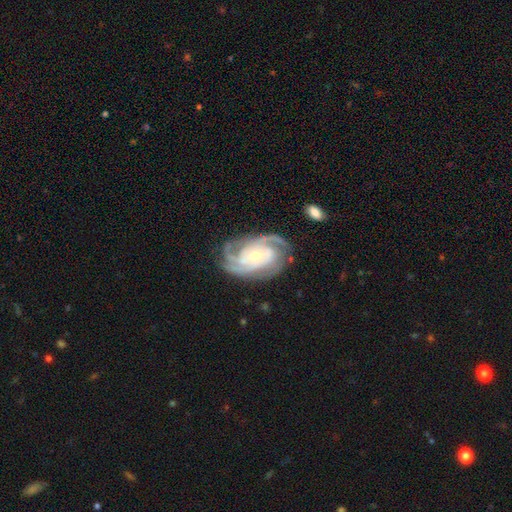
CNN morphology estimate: Smooth or featured? featured or disk (90%)
Edge-on disk? no (97%)
Bar? no (63%)
Spiral arms? yes (98%)
Spiral winding? tight (60%)
Spiral arm count? 3 (38%)
Bulge size? small (62%)
Merging? none (75%)